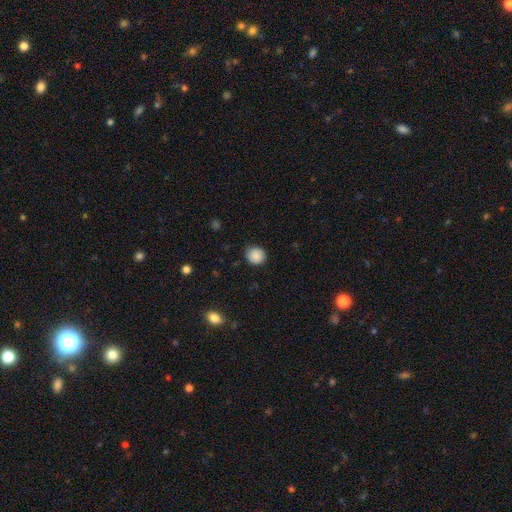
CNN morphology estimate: Smooth or featured: smooth — 88% (star or artifact — 8%)
How rounded: round — 80% (in between — 19%)
Merging: none — 84% (minor disturbance — 13%)